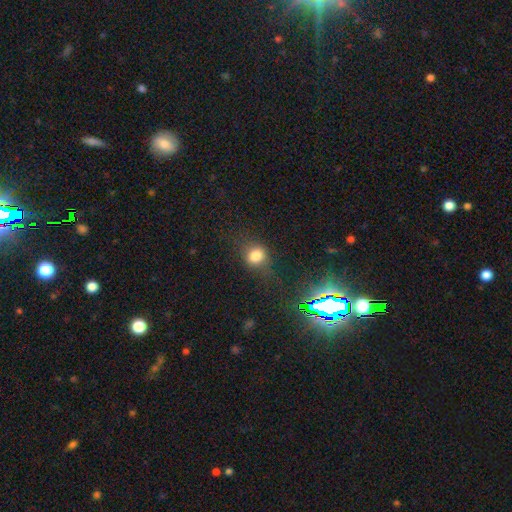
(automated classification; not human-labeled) Overall: smooth (75%). How rounded: round (74%). Merging: none (72%).